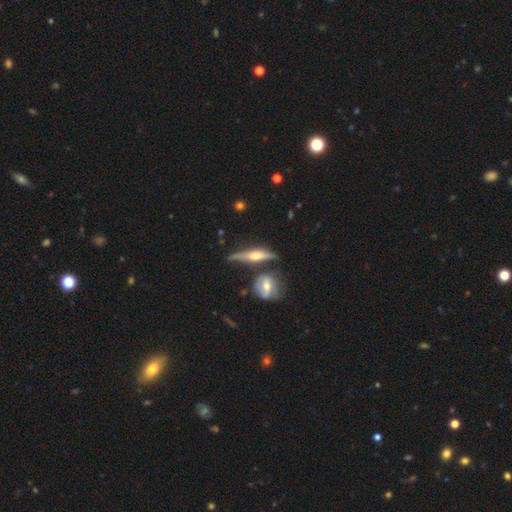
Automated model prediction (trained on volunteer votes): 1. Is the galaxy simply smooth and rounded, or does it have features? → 68% featured or disk, 26% smooth, 6% star or artifact.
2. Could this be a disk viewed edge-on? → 92% yes, 8% no.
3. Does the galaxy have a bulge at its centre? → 85% rounded, 9% boxy, 5% none.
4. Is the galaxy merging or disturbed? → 65% none, 18% minor disturbance, 12% merger, 6% major disturbance.